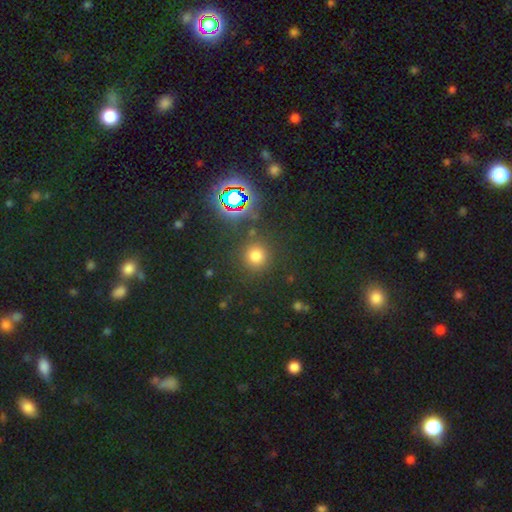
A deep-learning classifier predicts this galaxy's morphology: type=smooth (68%); roundness=round (92%); merging=none (84%).